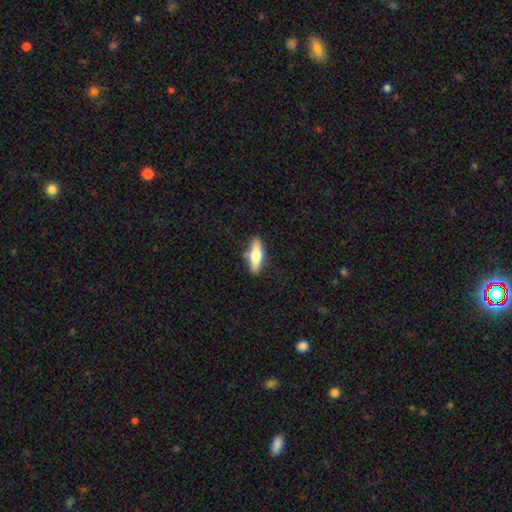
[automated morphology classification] Smooth or featured? Predicted: smooth (p=0.61). How rounded? Predicted: in between (p=0.50). Merging? Predicted: none (p=0.82).